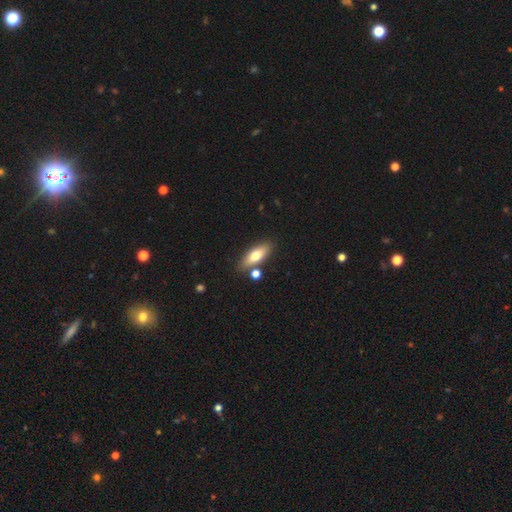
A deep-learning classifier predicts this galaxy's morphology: The model was most divided on "how rounded": in between: 64%, cigar-shaped: 33%, round: 3%. More confident: merging — none (77%); smooth or featured — smooth (67%).